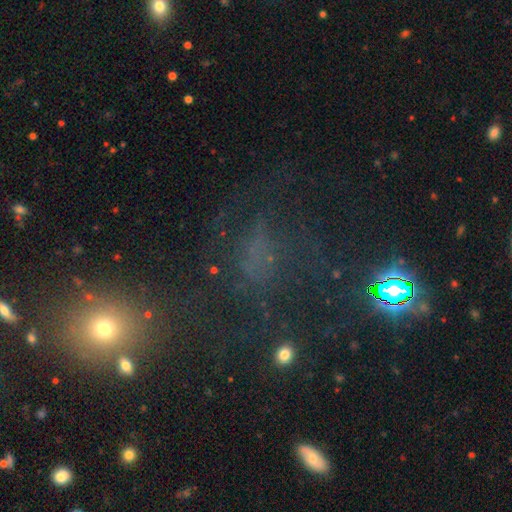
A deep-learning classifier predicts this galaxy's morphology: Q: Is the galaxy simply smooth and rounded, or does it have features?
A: star or artifact — 42%.